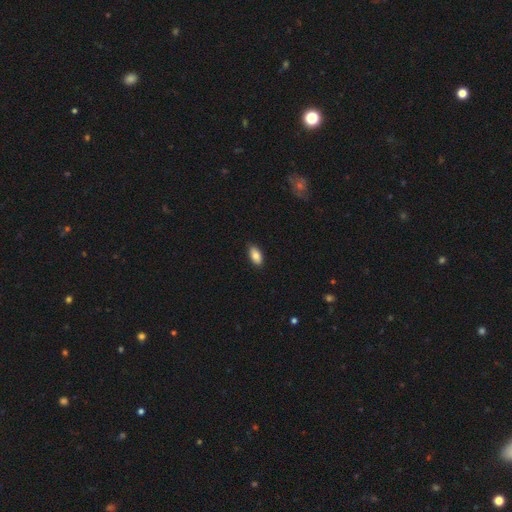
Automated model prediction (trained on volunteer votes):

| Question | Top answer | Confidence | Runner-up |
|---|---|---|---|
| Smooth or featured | smooth | 83% | featured or disk (10%) |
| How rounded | in between | 93% | cigar-shaped (4%) |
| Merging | none | 86% | minor disturbance (11%) |